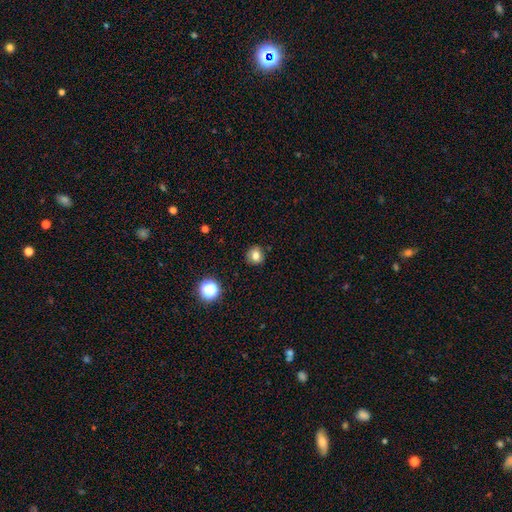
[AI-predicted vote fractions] Morphology: type=smooth (79%); roundness=round (83%); merging=none (87%).